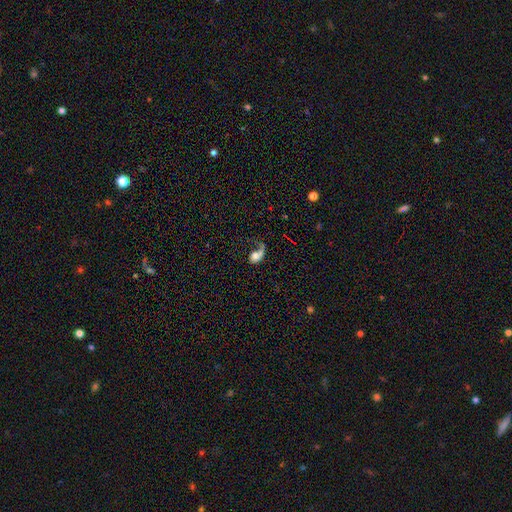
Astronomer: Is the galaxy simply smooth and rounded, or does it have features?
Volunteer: smooth — 54% (runner-up: featured or disk, 38%).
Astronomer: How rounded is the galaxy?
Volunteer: in between — 81%.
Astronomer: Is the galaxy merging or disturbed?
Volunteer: major disturbance — 47% (runner-up: minor disturbance, 31%).